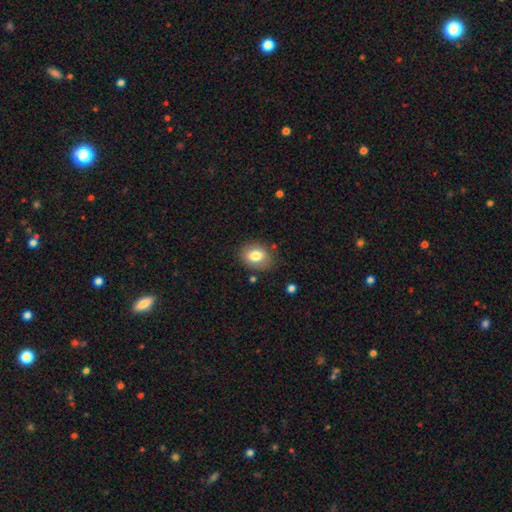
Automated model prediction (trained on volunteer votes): This is likely a smooth galaxy (79%). How rounded: possibly in between (58%). Merging: clearly none (81%).